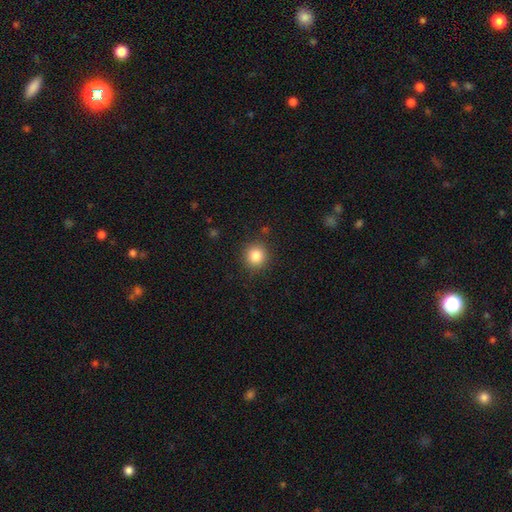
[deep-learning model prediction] smooth_or_featured: smooth (p=0.84) [alt: star or artifact p=0.11]
how_rounded: round (p=0.92) [alt: in between p=0.07]
merging: none (p=0.90) [alt: minor disturbance p=0.07]